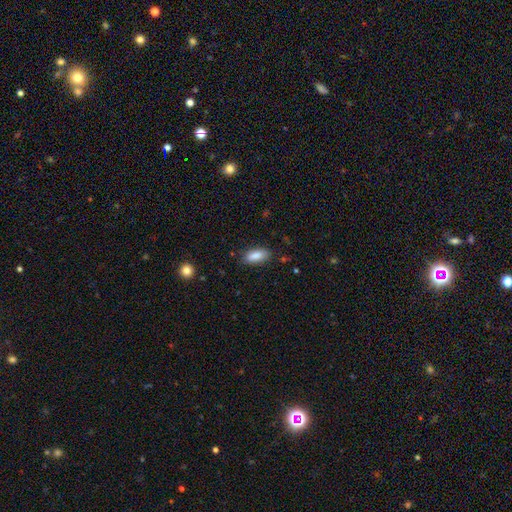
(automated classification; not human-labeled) smooth-or-featured: smooth: 87% | star or artifact: 7% | featured or disk: 6%
  how-rounded: in between: 82% | cigar-shaped: 16% | round: 2%
  merging: none: 84% | minor disturbance: 11% | major disturbance: 3% | merger: 1%